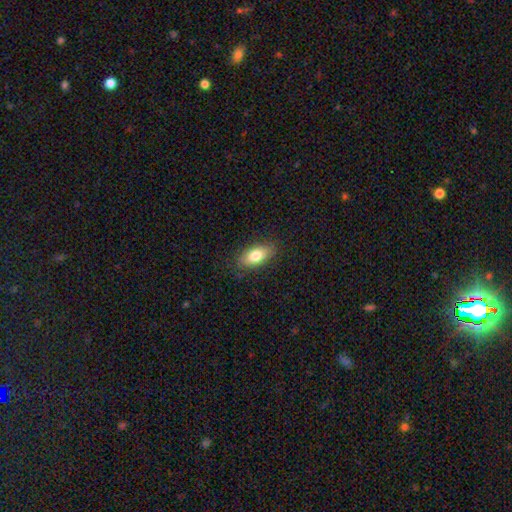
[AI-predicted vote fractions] Smooth or featured? Predicted: smooth (p=0.78). How rounded? Predicted: in between (p=0.87). Merging? Predicted: none (p=0.85).